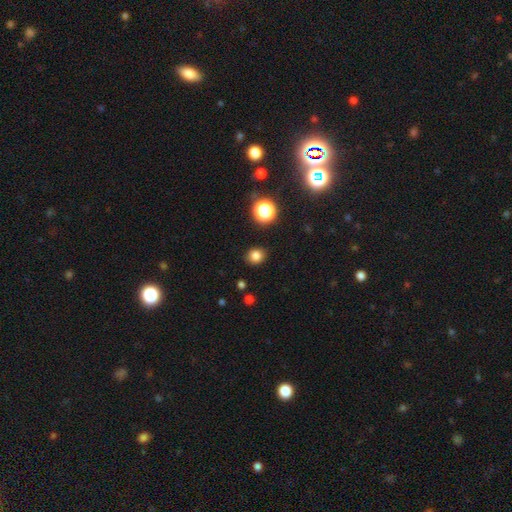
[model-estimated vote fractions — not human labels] Q: Smooth or featured?
A: smooth (81%); runner-up: star or artifact (14%)
Q: How rounded?
A: round (69%); runner-up: in between (30%)
Q: Merging?
A: none (88%); runner-up: minor disturbance (8%)